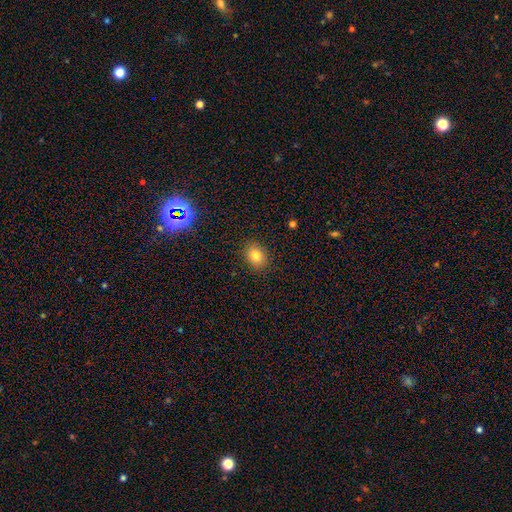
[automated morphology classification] Smooth or featured: smooth — 80% (star or artifact — 12%)
How rounded: in between — 55% (round — 44%)
Merging: none — 88% (minor disturbance — 9%)